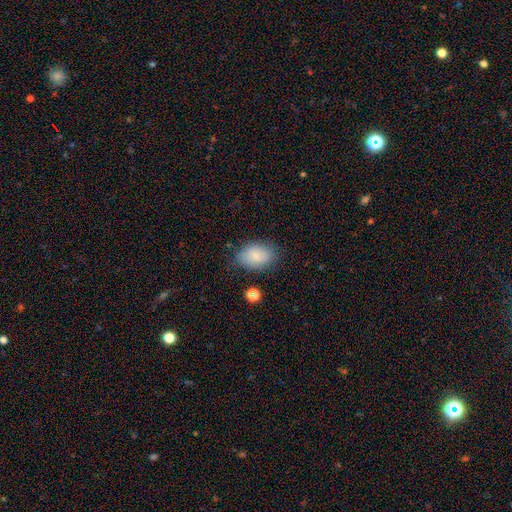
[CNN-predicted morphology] This is clearly a smooth galaxy (82%). How rounded: clearly in between (82%). Merging: likely none (74%).